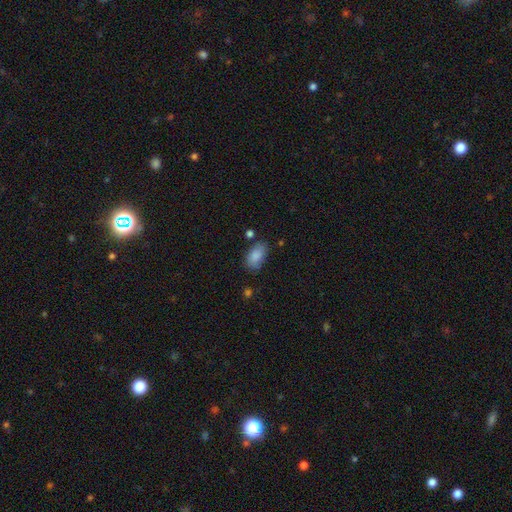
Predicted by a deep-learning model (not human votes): This is clearly a smooth galaxy (87%). How rounded: clearly in between (92%). Merging: likely none (72%).